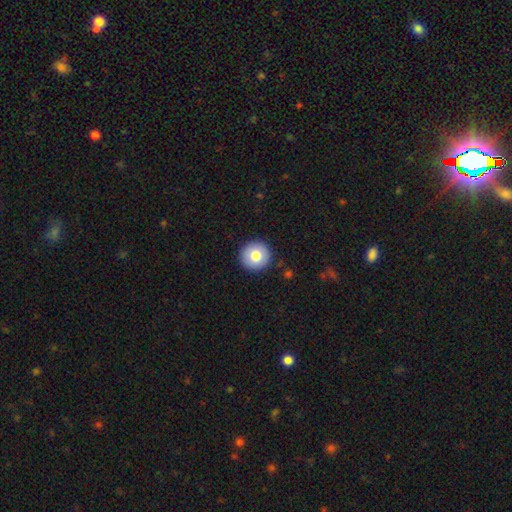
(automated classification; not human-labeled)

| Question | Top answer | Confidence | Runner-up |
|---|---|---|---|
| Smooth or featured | smooth | 79% | featured or disk (13%) |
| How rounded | round | 95% | in between (4%) |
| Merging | none | 92% | minor disturbance (5%) |